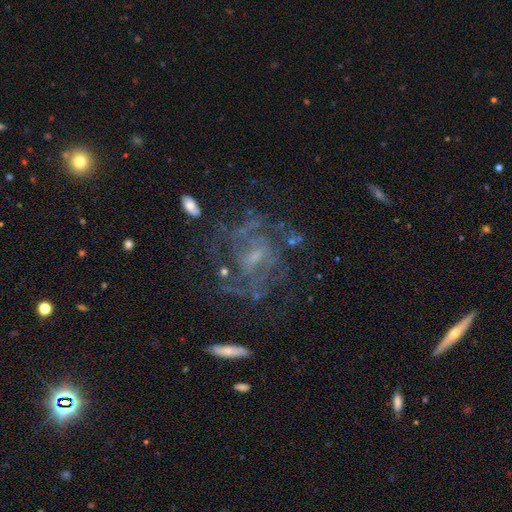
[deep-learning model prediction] The model was most divided on "spiral winding": tight: 45%, medium: 39%, loose: 15%. Remaining: edge-on disk — no (96%); smooth or featured — featured or disk (78%); spiral arms — yes (77%); merging — none (62%); spiral arm count — can't tell (51%); bar — weak (49%); bulge size — small (48%).